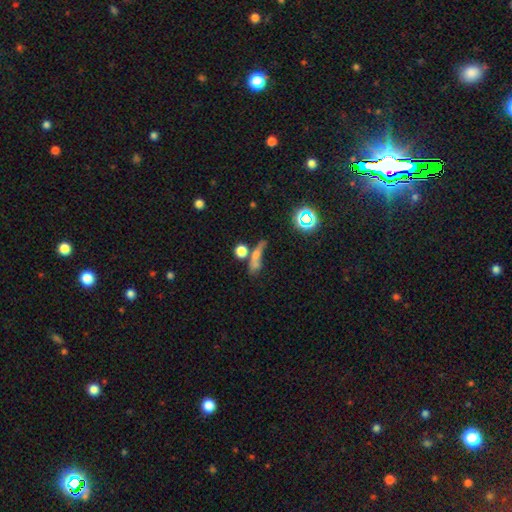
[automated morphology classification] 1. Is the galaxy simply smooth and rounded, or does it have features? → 54% smooth, 26% featured or disk, 20% star or artifact.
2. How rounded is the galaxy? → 54% cigar-shaped, 23% round, 23% in between.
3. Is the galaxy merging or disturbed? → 44% none, 29% merger, 14% minor disturbance, 12% major disturbance.